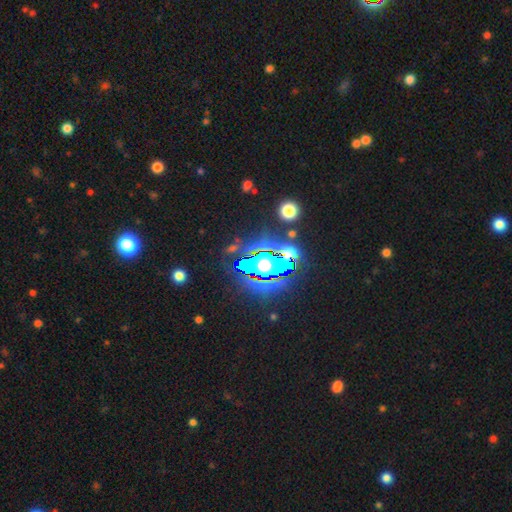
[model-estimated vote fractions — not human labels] Smooth or featured?
  - star or artifact: 84% *
  - smooth: 8%
  - featured or disk: 7%